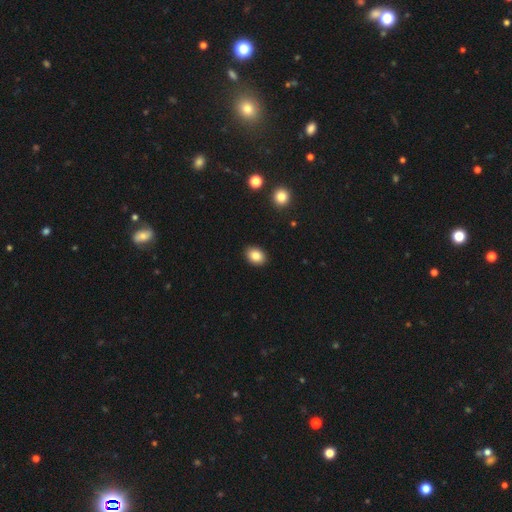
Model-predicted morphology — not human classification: smooth 85%, star or artifact 9%, featured or disk 6%. Down the decision tree: how rounded — in between (69%); merging — none (90%).